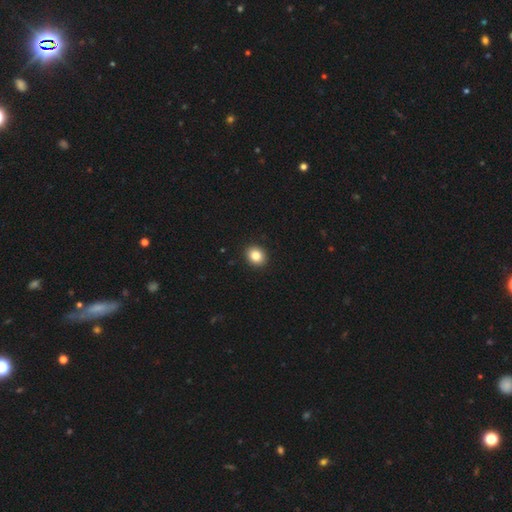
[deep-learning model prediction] Overall: smooth (84%). How rounded: round (63%; in between 36%). Merging: none (92%).